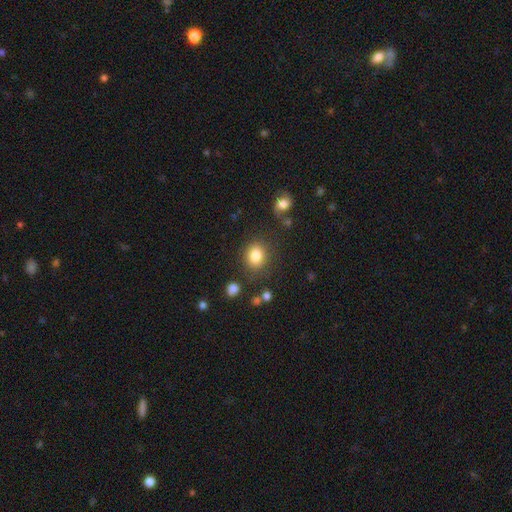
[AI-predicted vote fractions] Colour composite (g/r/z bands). It shows a smooth galaxy with no disk features (84%) that is round (61%). Merging: none (80%).